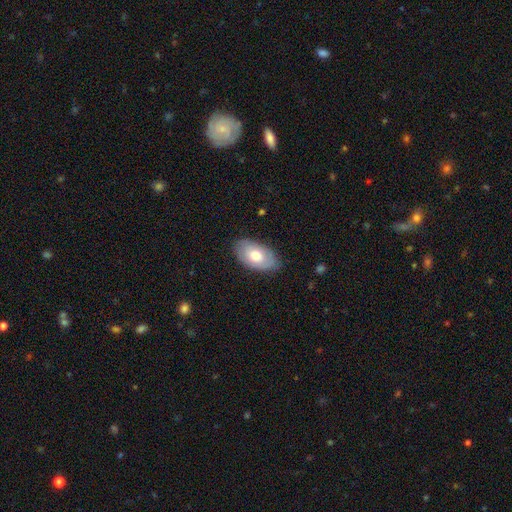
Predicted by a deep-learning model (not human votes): Smooth or featured?
  - smooth: 65% *
  - featured or disk: 29%
  - star or artifact: 6%
How rounded?
  - in between: 94% *
  - round: 5%
  - cigar-shaped: 1%
Merging?
  - none: 81% *
  - minor disturbance: 15%
  - major disturbance: 3%
  - merger: 1%